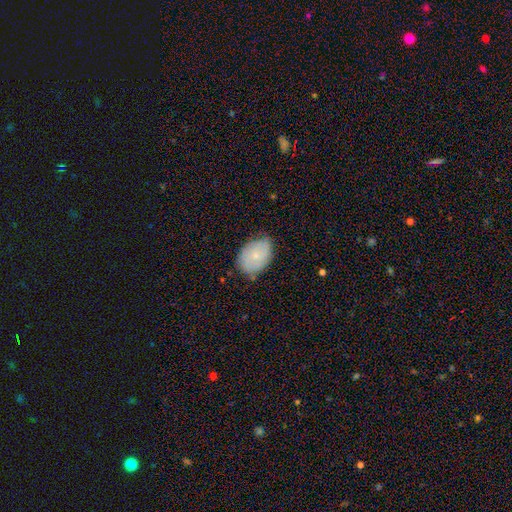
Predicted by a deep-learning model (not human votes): A smooth galaxy with no disk features (69%) that is in between round and cigar-shaped (80%).

Vote fractions:
- Smooth or featured? smooth: 69% / featured or disk: 24% / star or artifact: 7%
- How rounded? in between: 80% / round: 19% / cigar-shaped: 1%
- Merging? none: 65% / minor disturbance: 29% / major disturbance: 5% / merger: 2%